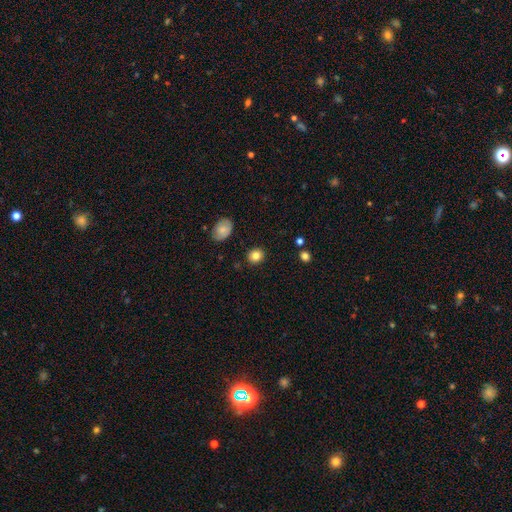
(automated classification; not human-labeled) A smooth galaxy with no disk features (83%) that is round (77%).

Vote fractions:
- Smooth or featured? smooth: 83% / star or artifact: 11% / featured or disk: 6%
- How rounded? round: 77% / in between: 22% / cigar-shaped: 1%
- Merging? none: 89% / minor disturbance: 7% / major disturbance: 2% / merger: 2%